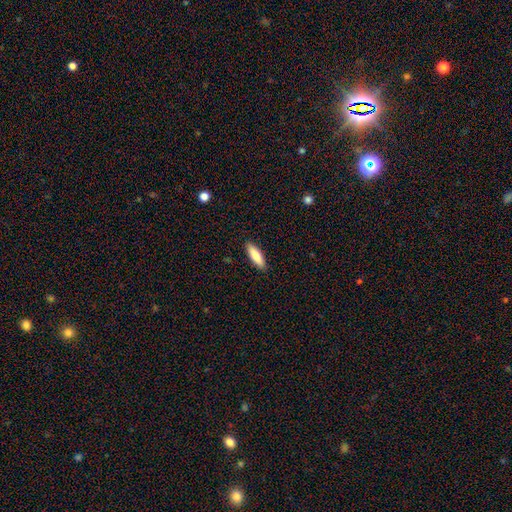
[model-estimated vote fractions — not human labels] Q: Smooth or featured?
A: smooth (81%); runner-up: featured or disk (14%)
Q: How rounded?
A: cigar-shaped (53%); runner-up: in between (46%)
Q: Merging?
A: none (90%); runner-up: minor disturbance (8%)